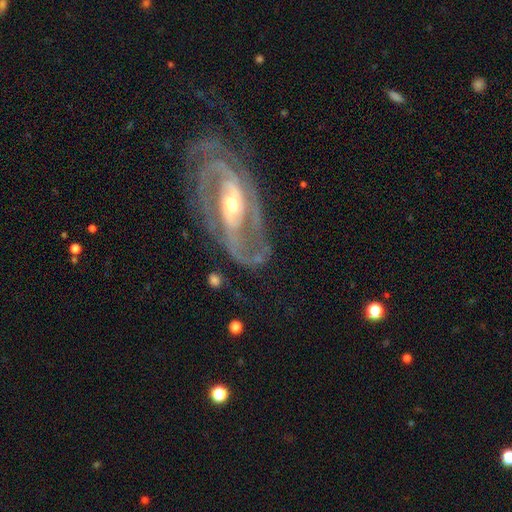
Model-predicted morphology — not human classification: Q: Smooth or featured?
A: featured or disk (87%); runner-up: smooth (7%)
Q: Edge-on disk?
A: no (95%); runner-up: yes (5%)
Q: Bar?
A: weak (34%); tied with: strong (34%)
Q: Spiral arms?
A: yes (92%); runner-up: no (8%)
Q: Spiral winding?
A: medium (44%); runner-up: tight (39%)
Q: Spiral arm count?
A: 2 (70%); runner-up: can't tell (11%)
Q: Bulge size?
A: moderate (63%); runner-up: small (30%)
Q: Merging?
A: none (65%); runner-up: minor disturbance (17%)